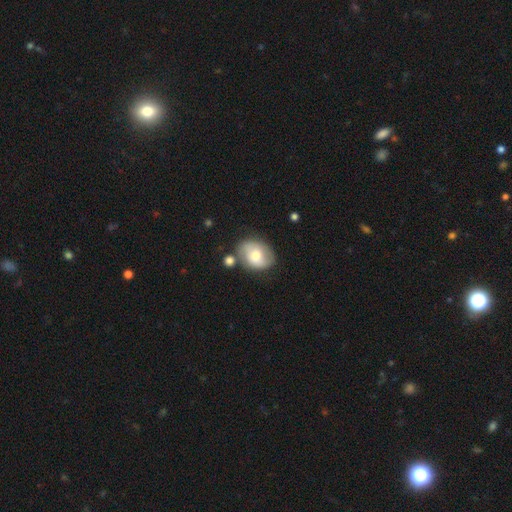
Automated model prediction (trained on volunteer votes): smooth_or_featured: smooth (p=0.54) [alt: featured or disk p=0.39]
how_rounded: in between (p=0.63) [alt: round p=0.36]
merging: none (p=0.67) [alt: minor disturbance p=0.18]